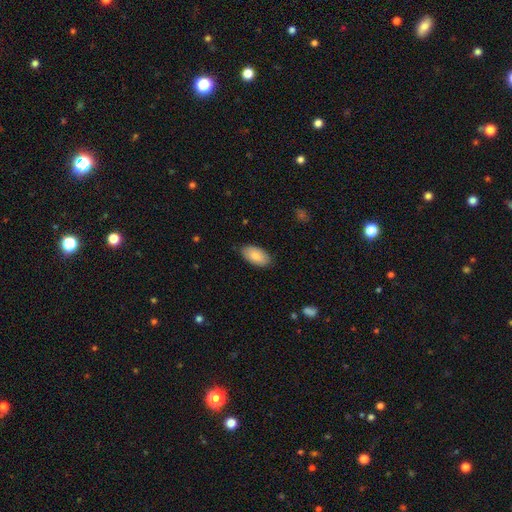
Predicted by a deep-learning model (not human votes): smooth 82%, featured or disk 12%, star or artifact 6%. Down the decision tree: how rounded — in between (95%); merging — none (84%).